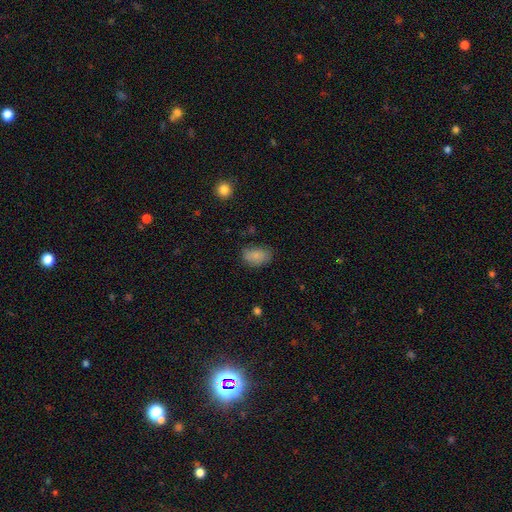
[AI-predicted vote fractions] This is clearly a smooth galaxy (84%). How rounded: clearly in between (87%). Merging: likely none (70%).